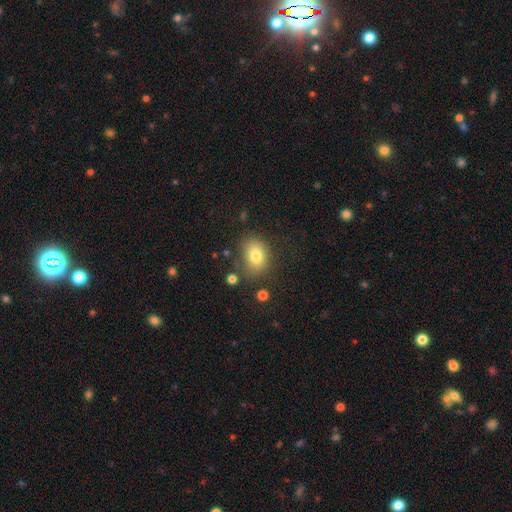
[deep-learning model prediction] A smooth galaxy with no disk features (79%) that is in between round and cigar-shaped (77%). Merging: none (71%).